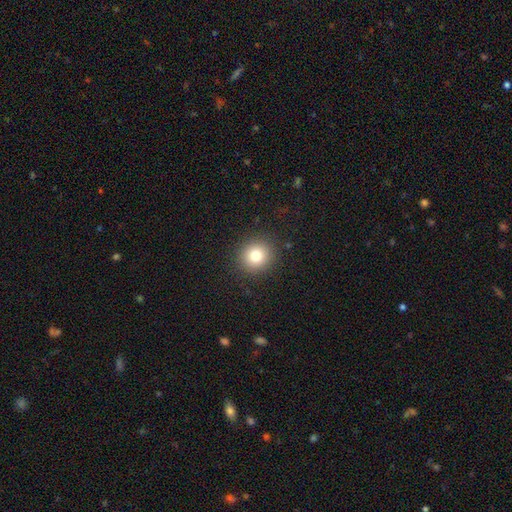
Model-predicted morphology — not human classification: smooth_or_featured: smooth (p=0.79) [alt: star or artifact p=0.12]
how_rounded: round (p=0.89) [alt: in between p=0.10]
merging: none (p=0.90) [alt: minor disturbance p=0.06]